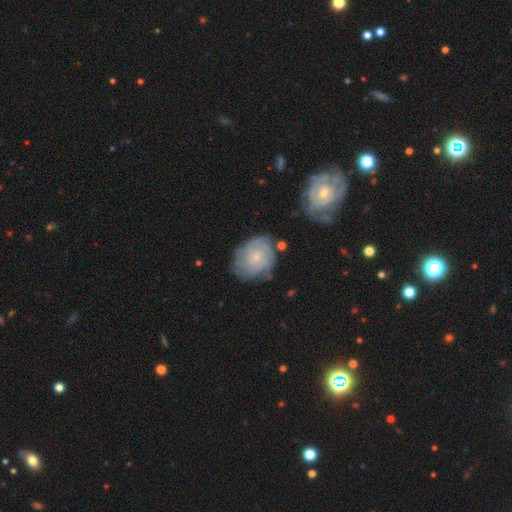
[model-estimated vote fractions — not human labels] Smooth or featured?
  - featured or disk: 65% *
  - smooth: 28%
  - star or artifact: 7%
Edge-on disk?
  - no: 97% *
  - yes: 3%
Bar?
  - no: 80% *
  - weak: 18%
  - strong: 2%
Spiral arms?
  - yes: 85% *
  - no: 15%
Spiral winding?
  - tight: 70% *
  - medium: 23%
  - loose: 7%
Spiral arm count?
  - can't tell: 52% *
  - 3: 14%
  - 2: 13%
  - 4: 11%
  - more than 4: 5%
  - 1: 5%
Bulge size?
  - small: 72% *
  - moderate: 21%
  - none: 5%
  - large: 2%
  - dominant: 1%
Merging?
  - none: 69% *
  - minor disturbance: 20%
  - major disturbance: 7%
  - merger: 4%